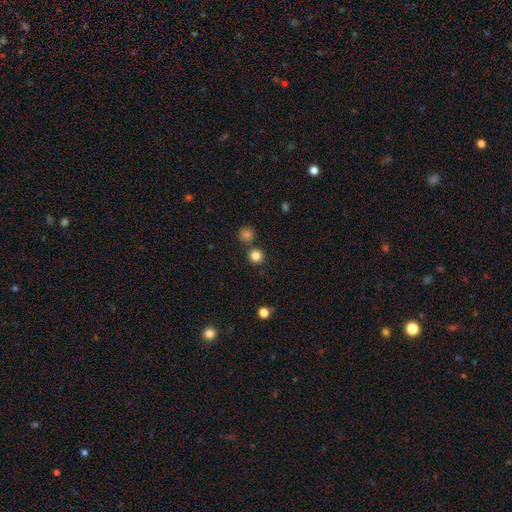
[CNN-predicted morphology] A smooth galaxy with no disk features (82%) that is round (94%). Merging: none (80%).